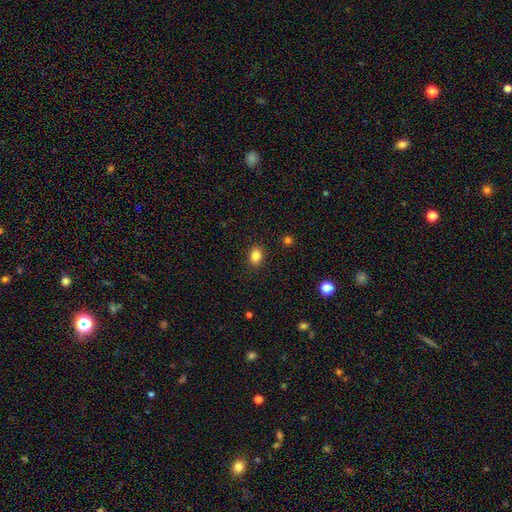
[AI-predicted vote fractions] This is clearly a smooth galaxy (84%). How rounded: likely in between (64%). Merging: clearly none (89%).